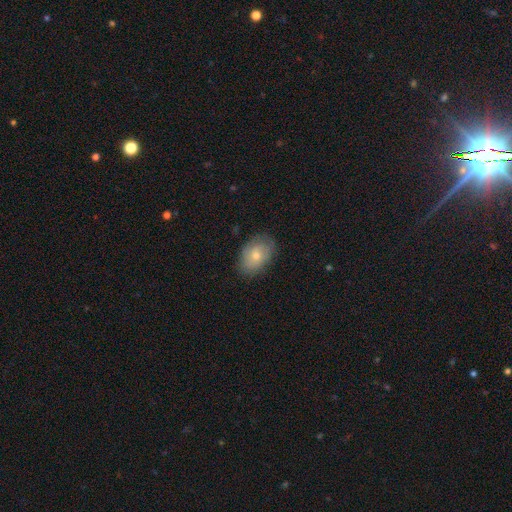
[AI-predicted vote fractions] Q: Smooth or featured?
A: smooth (61%); runner-up: featured or disk (32%)
Q: How rounded?
A: in between (82%); runner-up: round (17%)
Q: Merging?
A: none (79%); runner-up: minor disturbance (16%)